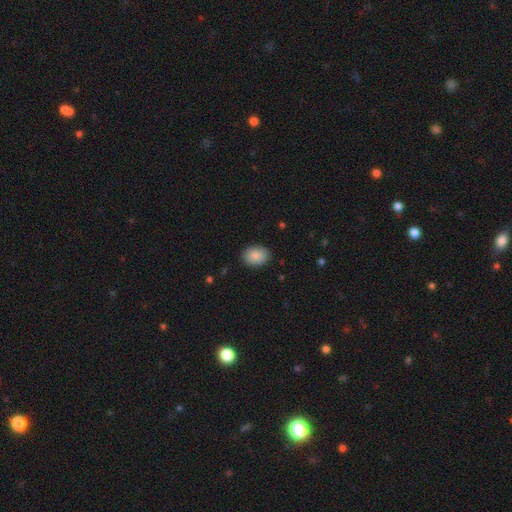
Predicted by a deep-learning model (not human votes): The model was most divided on "how rounded": in between: 80%, round: 19%, cigar-shaped: 1%. More confident: smooth or featured — smooth (88%); merging — none (88%).